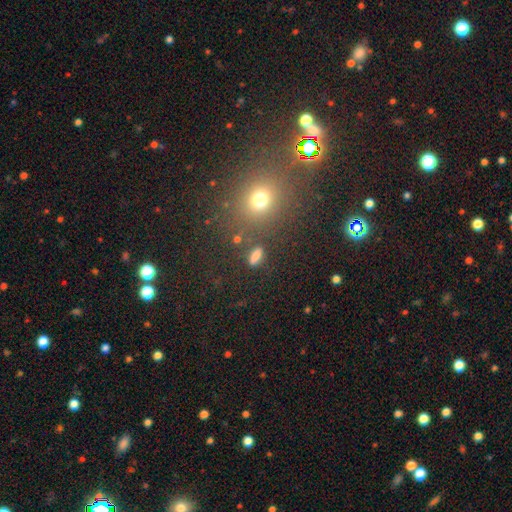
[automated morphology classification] Q: Smooth or featured?
A: smooth (71%); runner-up: star or artifact (19%)
Q: How rounded?
A: in between (69%); runner-up: cigar-shaped (16%)
Q: Merging?
A: none (78%); runner-up: minor disturbance (11%)